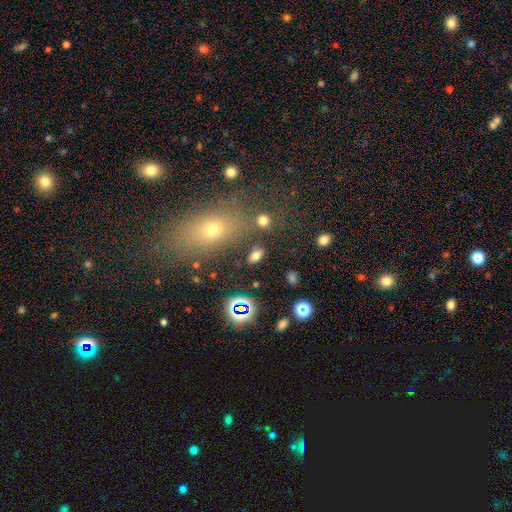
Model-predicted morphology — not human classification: Q: Smooth or featured?
A: smooth (71%); runner-up: star or artifact (19%)
Q: How rounded?
A: in between (83%); runner-up: round (12%)
Q: Merging?
A: none (79%); runner-up: minor disturbance (11%)